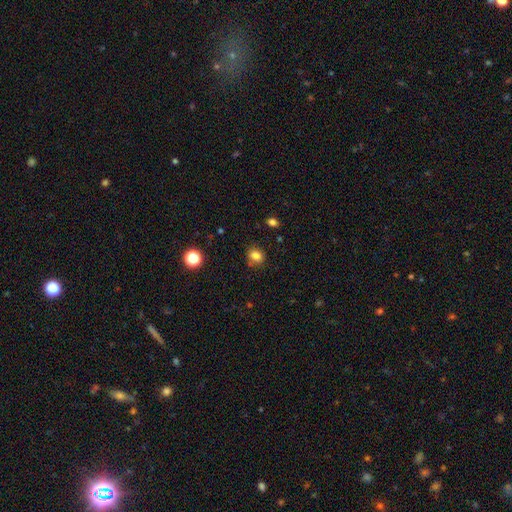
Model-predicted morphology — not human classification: smooth 81%, star or artifact 13%, featured or disk 6%. Down the decision tree: how rounded — round (68%); merging — none (78%).